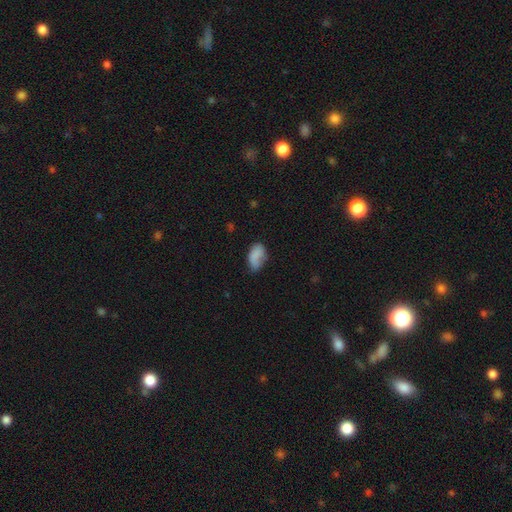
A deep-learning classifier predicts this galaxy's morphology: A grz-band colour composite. It shows a smooth galaxy with no disk features (81%) that is in between round and cigar-shaped (91%). Merging: none (51%).